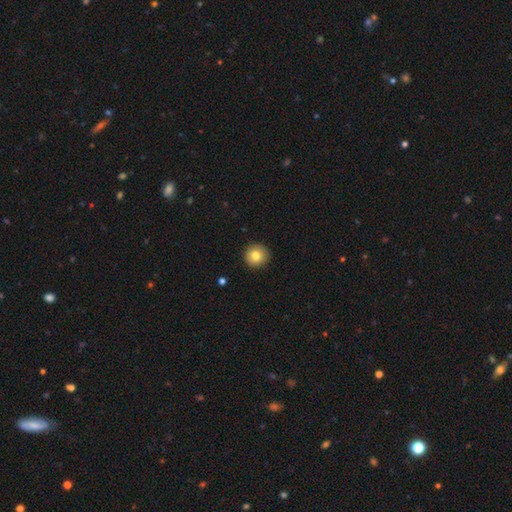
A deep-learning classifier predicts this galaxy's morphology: type=smooth (81%); roundness=round (95%); merging=none (91%).